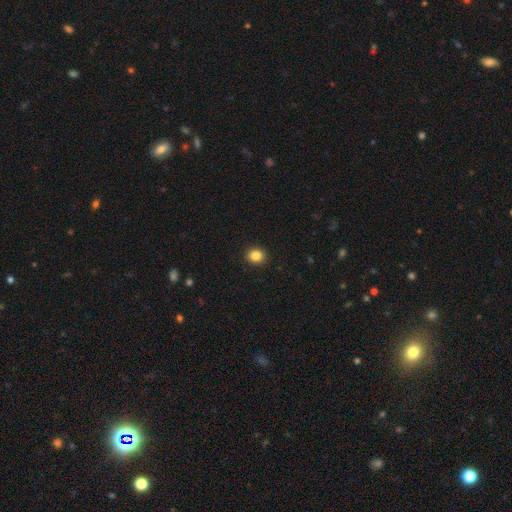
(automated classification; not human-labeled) Q: Smooth or featured?
A: smooth (85%); runner-up: star or artifact (10%)
Q: How rounded?
A: round (75%); runner-up: in between (24%)
Q: Merging?
A: none (92%); runner-up: minor disturbance (5%)